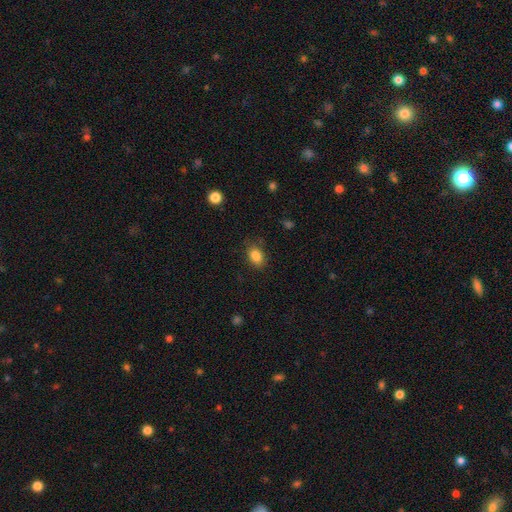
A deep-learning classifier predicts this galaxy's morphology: smooth_or_featured: smooth (p=0.86) [alt: star or artifact p=0.09]
how_rounded: in between (p=0.78) [alt: round p=0.20]
merging: none (p=0.79) [alt: minor disturbance p=0.15]